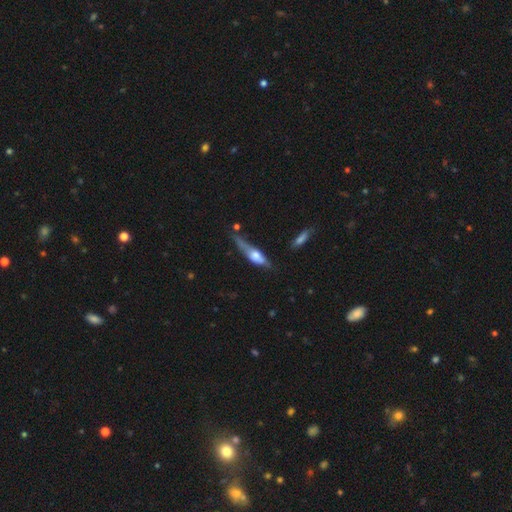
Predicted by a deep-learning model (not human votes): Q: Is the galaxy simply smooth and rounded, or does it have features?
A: featured or disk — 49%.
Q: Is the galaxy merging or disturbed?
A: none — 37%.